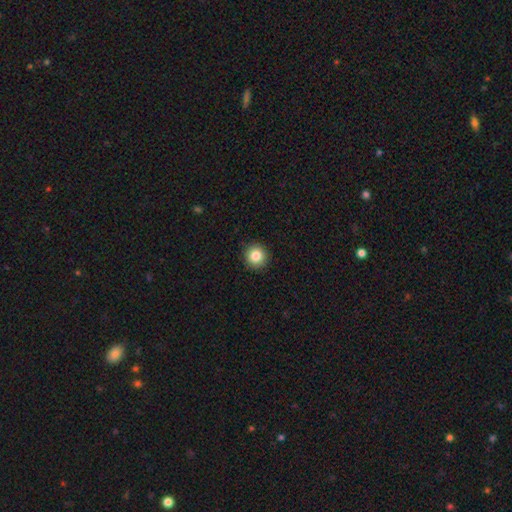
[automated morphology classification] A smooth galaxy with no disk features (85%) that is round (94%). Merging: none (92%).